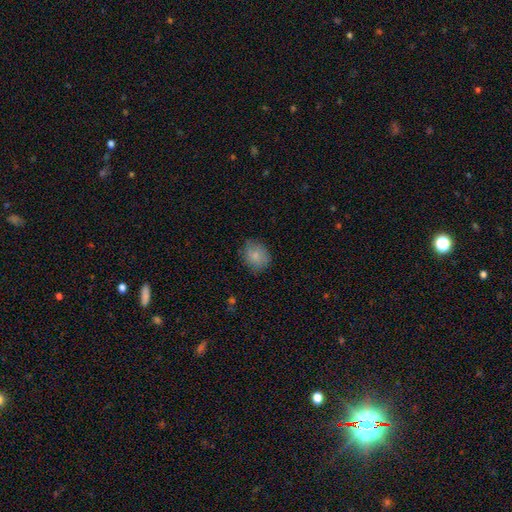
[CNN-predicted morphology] This appears to be a smooth galaxy with no disk features (82%) that is round (64%). Merging: none (75%).